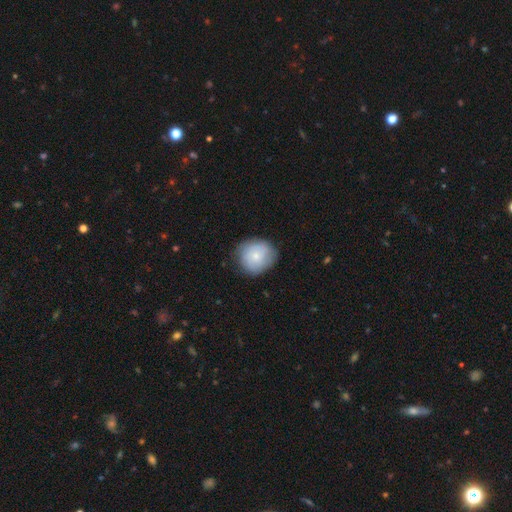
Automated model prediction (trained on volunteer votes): Smooth or featured? Predicted: smooth (p=0.68). How rounded? Predicted: round (p=0.82). Merging? Predicted: none (p=0.76).